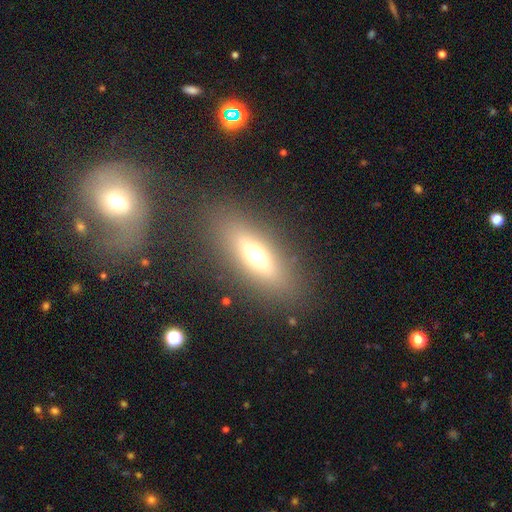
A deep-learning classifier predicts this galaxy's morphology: Smooth or featured? Predicted: smooth (p=0.54). How rounded? Predicted: in between (p=0.54). Merging? Predicted: none (p=0.82).